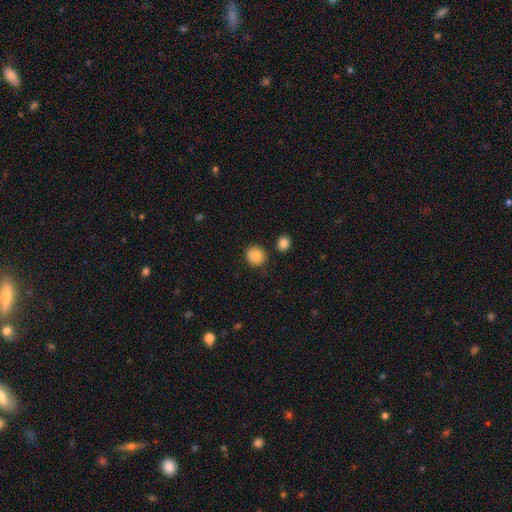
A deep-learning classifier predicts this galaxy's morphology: Q: Smooth or featured?
A: smooth (85%); runner-up: star or artifact (9%)
Q: How rounded?
A: round (85%); runner-up: in between (14%)
Q: Merging?
A: none (84%); runner-up: minor disturbance (9%)